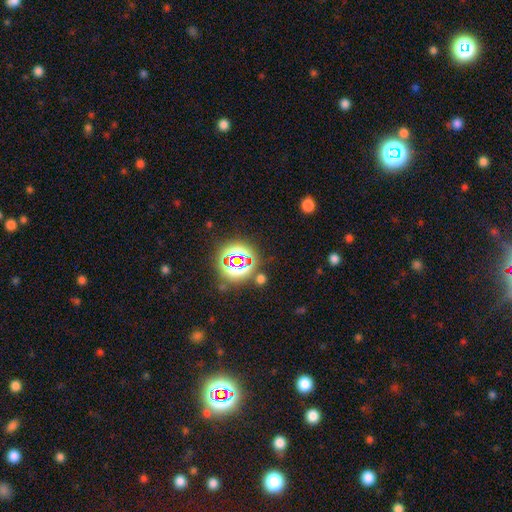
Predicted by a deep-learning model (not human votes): A star or artifact, not a galaxy (81%).